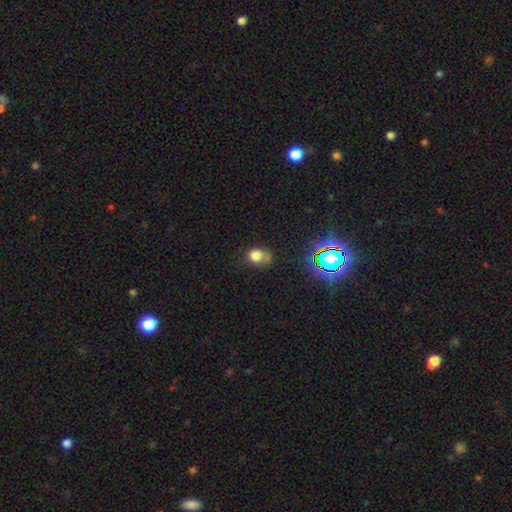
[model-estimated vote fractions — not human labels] This appears to be a smooth galaxy with no disk features (75%) that is round (56%). Merging: none (45%).